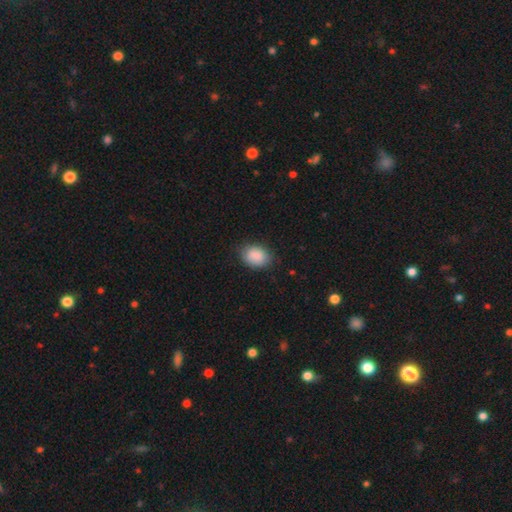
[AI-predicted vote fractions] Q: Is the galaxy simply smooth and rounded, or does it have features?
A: smooth — 88%.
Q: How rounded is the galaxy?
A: in between — 74%.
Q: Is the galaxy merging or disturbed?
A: none — 79%.